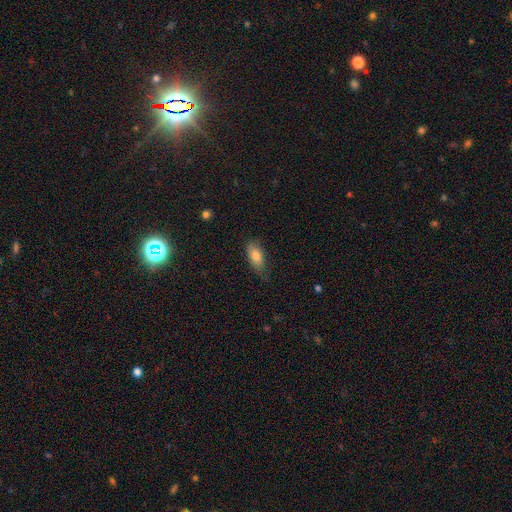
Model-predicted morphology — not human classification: Smooth or featured? smooth (81%)
How rounded? in between (84%)
Merging? none (67%)